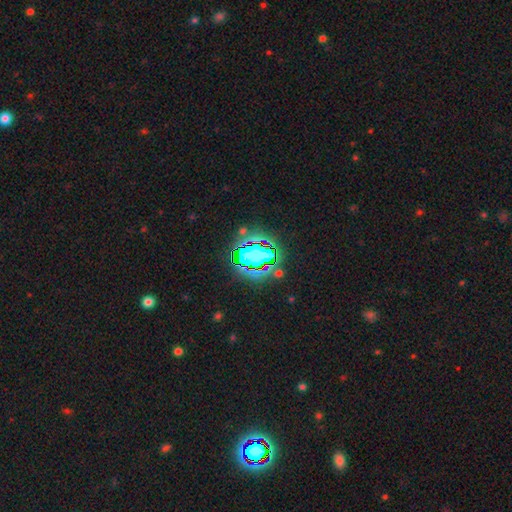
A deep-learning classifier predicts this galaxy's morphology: type=star or artifact (64%).